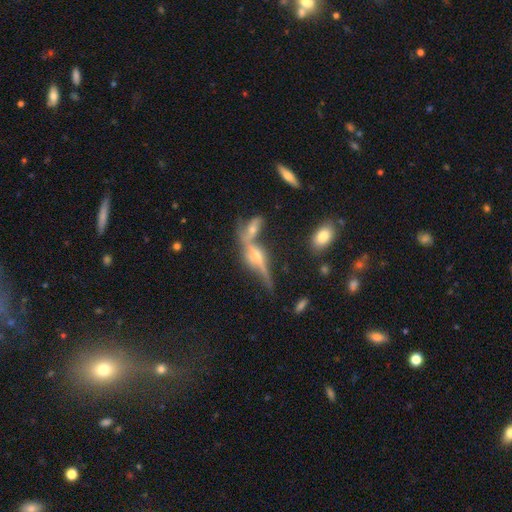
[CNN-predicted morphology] featured or disk 71%, smooth 15%, star or artifact 14%. Down the decision tree: edge-on disk — yes (76%); edge-on bulge — rounded (87%); merging — none (42%).